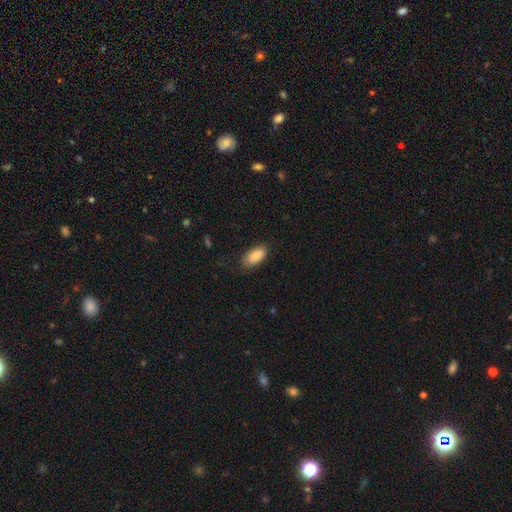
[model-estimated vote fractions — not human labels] This is clearly a smooth galaxy (88%). How rounded: clearly in between (90%). Merging: clearly none (80%).